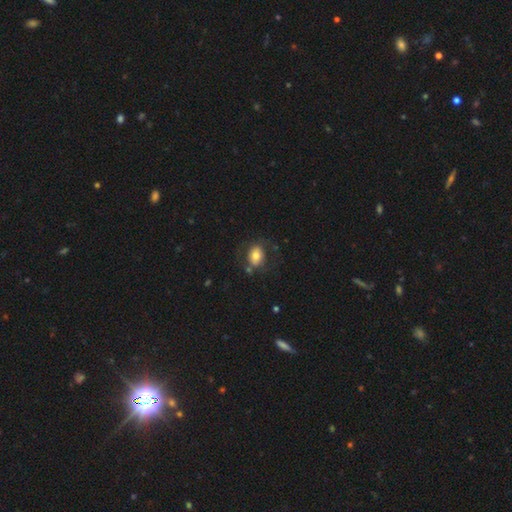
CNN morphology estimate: A smooth galaxy with no disk features (71%) that is in between round and cigar-shaped (66%). Merging: none (65%).